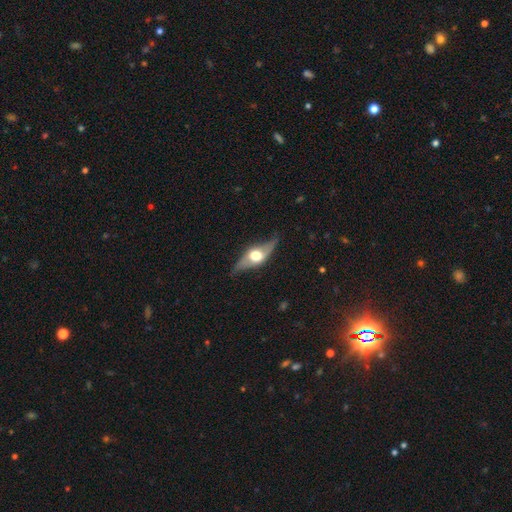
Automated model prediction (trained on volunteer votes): The model was most divided on "smooth or featured": featured or disk: 72%, smooth: 23%, star or artifact: 6%. More confident: edge-on bulge — rounded (93%); edge-on disk — yes (76%); merging — none (73%).